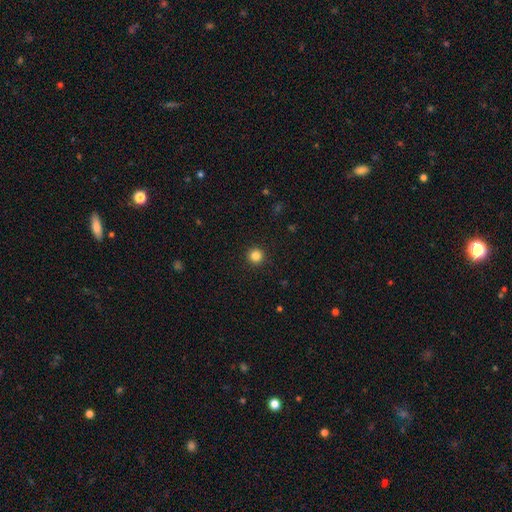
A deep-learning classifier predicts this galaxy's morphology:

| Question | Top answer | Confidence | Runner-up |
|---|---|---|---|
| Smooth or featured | smooth | 83% | star or artifact (12%) |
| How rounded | round | 96% | in between (3%) |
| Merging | none | 93% | minor disturbance (4%) |